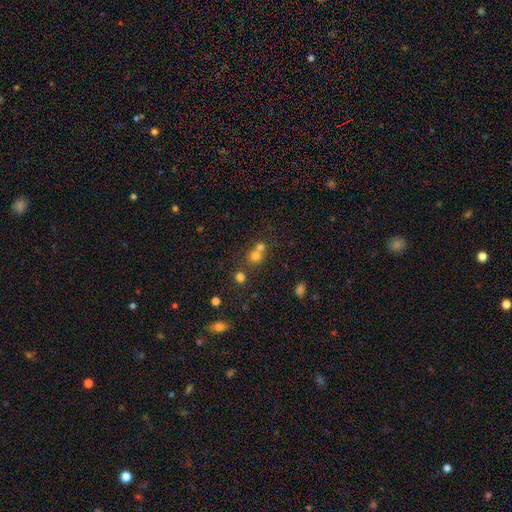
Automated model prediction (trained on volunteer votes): Q: Smooth or featured?
A: smooth (71%); runner-up: star or artifact (17%)
Q: How rounded?
A: round (83%); runner-up: in between (16%)
Q: Merging?
A: merger (48%); runner-up: none (42%)